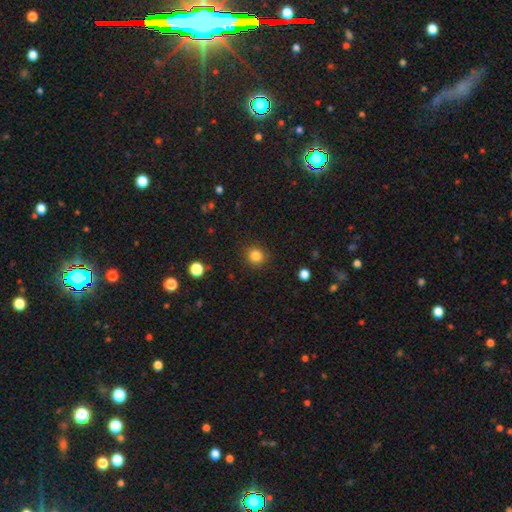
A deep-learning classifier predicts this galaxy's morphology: A smooth galaxy with no disk features (84%) that is round (90%). Merging: none (89%).